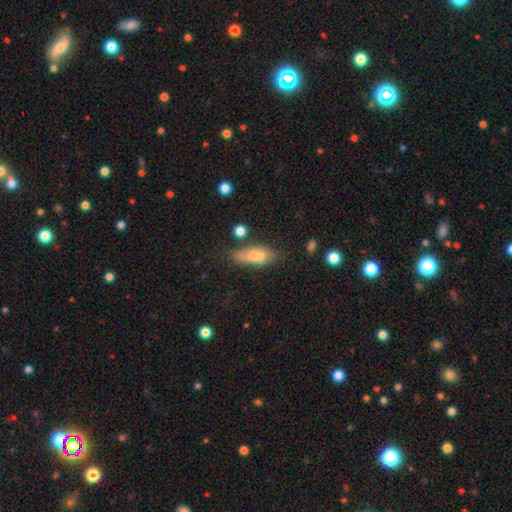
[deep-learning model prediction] Smooth or featured? smooth (70%)
How rounded? in between (65%)
Merging? none (44%)